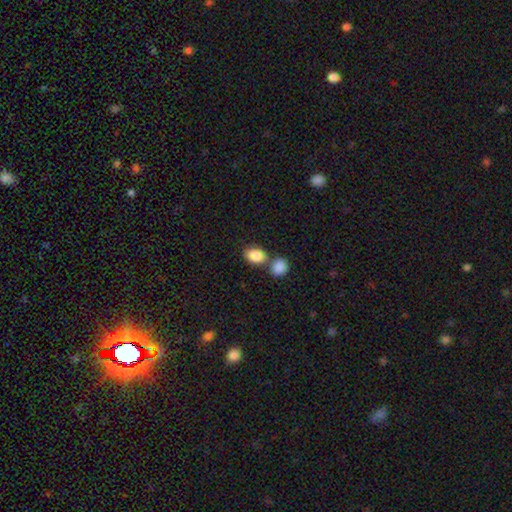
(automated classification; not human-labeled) A smooth galaxy with no disk features (87%) that is in between round and cigar-shaped (78%).

Vote fractions:
- Smooth or featured? smooth: 87% / star or artifact: 7% / featured or disk: 6%
- How rounded? in between: 78% / round: 20% / cigar-shaped: 1%
- Merging? none: 49% / merger: 37% / minor disturbance: 11% / major disturbance: 3%